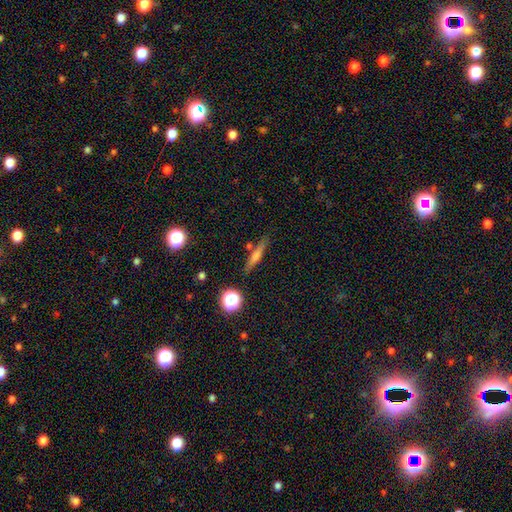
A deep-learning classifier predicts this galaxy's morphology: Smooth or featured? Predicted: smooth (p=0.48). Merging? Predicted: none (p=0.84).